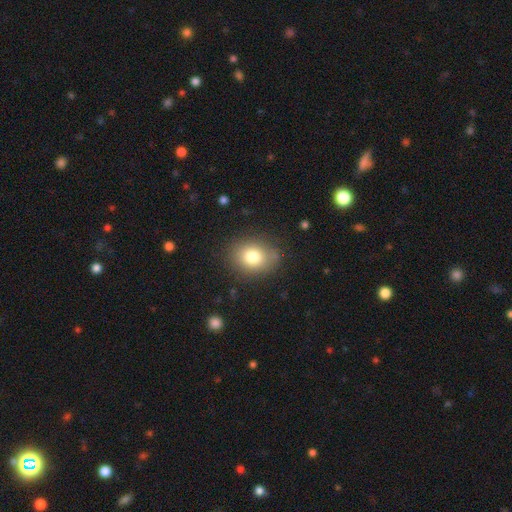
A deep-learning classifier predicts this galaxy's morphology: Smooth or featured: smooth — 75% (star or artifact — 16%)
How rounded: round — 54% (in between — 45%)
Merging: none — 88% (minor disturbance — 8%)